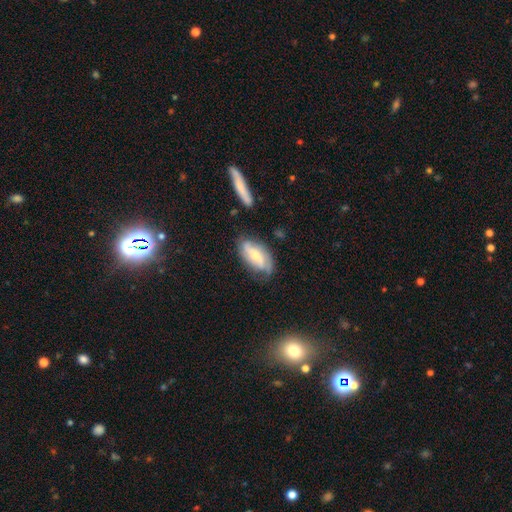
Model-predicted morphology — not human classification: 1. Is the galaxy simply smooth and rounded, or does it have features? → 57% featured or disk, 37% smooth, 7% star or artifact.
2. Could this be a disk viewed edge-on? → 89% no, 11% yes.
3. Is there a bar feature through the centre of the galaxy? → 39% weak, 35% no, 25% strong.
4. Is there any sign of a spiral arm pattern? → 84% yes, 16% no.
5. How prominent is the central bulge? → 48% moderate, 41% small, 6% large, 4% none, 1% dominant.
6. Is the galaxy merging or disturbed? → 63% none, 25% minor disturbance, 9% major disturbance, 3% merger.